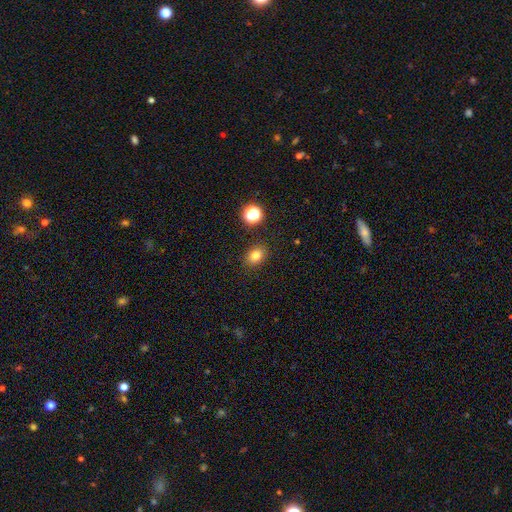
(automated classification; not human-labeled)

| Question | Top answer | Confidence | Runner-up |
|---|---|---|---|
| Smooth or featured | smooth | 80% | star or artifact (13%) |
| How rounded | in between | 57% | round (42%) |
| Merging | none | 87% | minor disturbance (8%) |